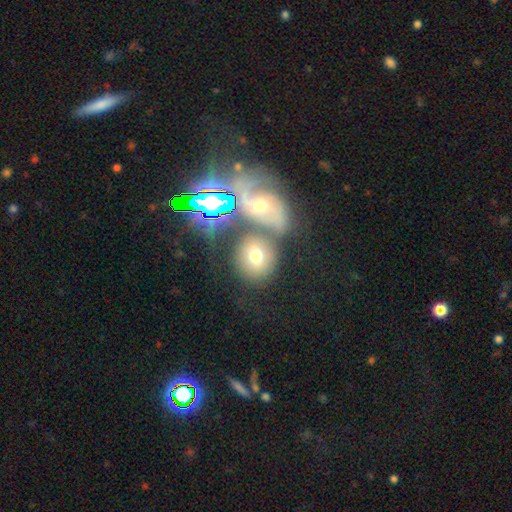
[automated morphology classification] Smooth or featured: smooth — 67% (featured or disk — 21%)
How rounded: round — 71% (in between — 27%)
Merging: none — 50% (merger — 33%)